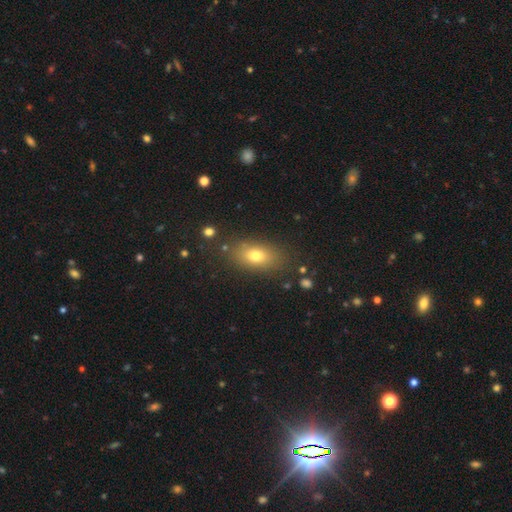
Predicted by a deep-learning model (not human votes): A smooth galaxy with no disk features (73%) that is in between round and cigar-shaped (81%).

Vote fractions:
- Smooth or featured? smooth: 73% / featured or disk: 14% / star or artifact: 12%
- How rounded? in between: 81% / round: 12% / cigar-shaped: 7%
- Merging? none: 82% / minor disturbance: 11% / major disturbance: 4% / merger: 3%